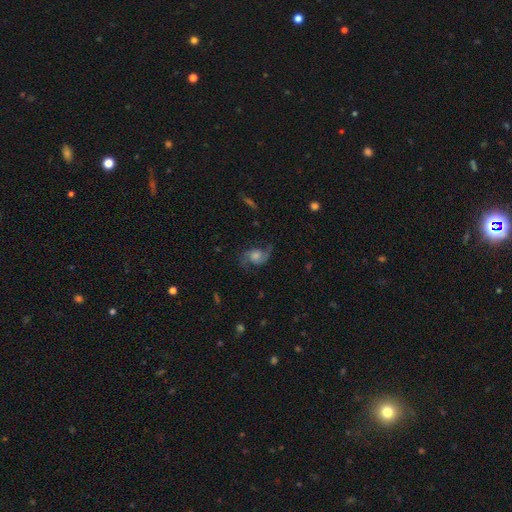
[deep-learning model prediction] featured or disk 81%, smooth 10%, star or artifact 9%. Down the decision tree: edge-on disk — no (97%); bar — no (64%); spiral arms — yes (96%); spiral arm count — 2 (91%); spiral winding — medium (45%); bulge size — moderate (42%); merging — none (75%).